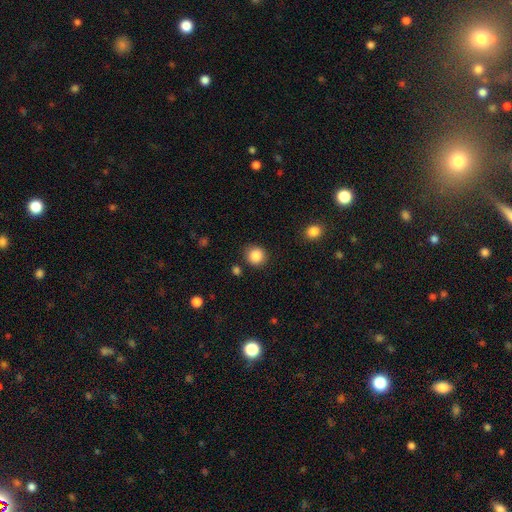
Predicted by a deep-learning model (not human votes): Overall: smooth (87%). How rounded: round (90%). Merging: none (86%).